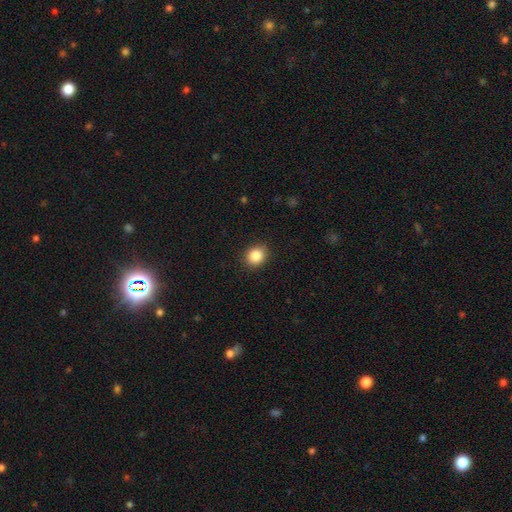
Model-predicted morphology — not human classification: Q: Smooth or featured?
A: smooth (87%); runner-up: star or artifact (9%)
Q: How rounded?
A: round (66%); runner-up: in between (33%)
Q: Merging?
A: none (89%); runner-up: minor disturbance (8%)